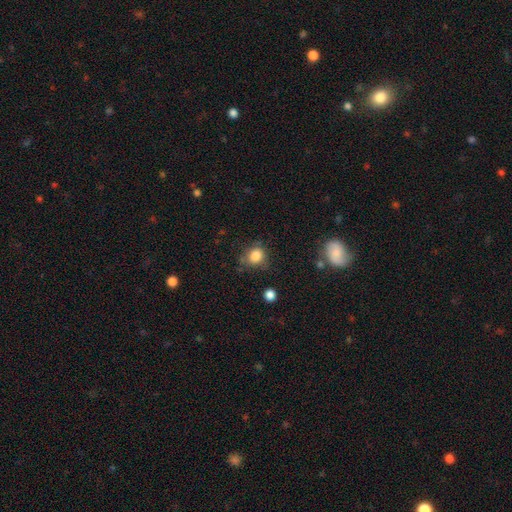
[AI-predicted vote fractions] smooth_or_featured: smooth (p=0.83) [alt: star or artifact p=0.11]
how_rounded: round (p=0.73) [alt: in between p=0.26]
merging: none (p=0.66) [alt: minor disturbance p=0.22]